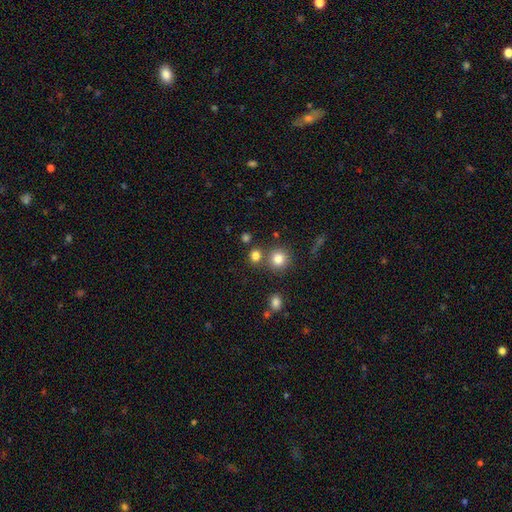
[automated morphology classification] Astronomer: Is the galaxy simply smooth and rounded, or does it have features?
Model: smooth — 79%.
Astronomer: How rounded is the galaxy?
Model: round — 83%.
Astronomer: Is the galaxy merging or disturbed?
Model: none — 72%.